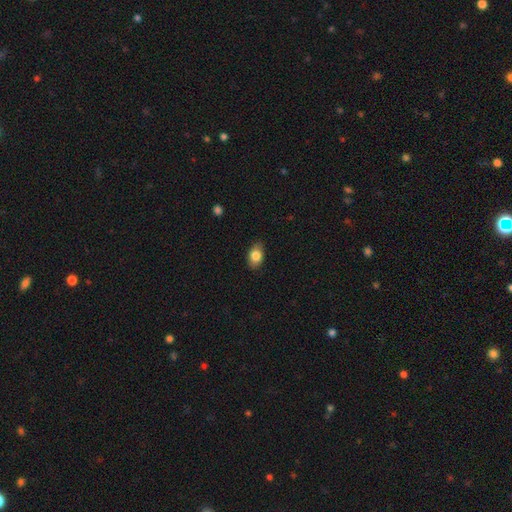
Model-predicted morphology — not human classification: A smooth galaxy with no disk features (82%) that is in between round and cigar-shaped (88%).

Vote fractions:
- Smooth or featured? smooth: 82% / featured or disk: 10% / star or artifact: 7%
- How rounded? in between: 88% / round: 10% / cigar-shaped: 2%
- Merging? none: 85% / minor disturbance: 11% / major disturbance: 2% / merger: 1%